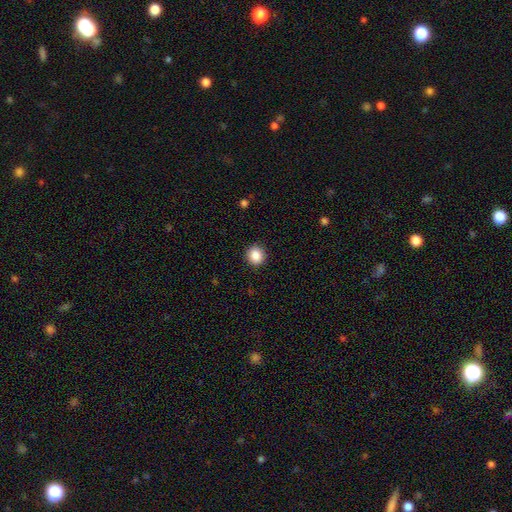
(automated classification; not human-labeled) Q: Smooth or featured?
A: smooth (87%); runner-up: star or artifact (9%)
Q: How rounded?
A: round (87%); runner-up: in between (12%)
Q: Merging?
A: none (91%); runner-up: minor disturbance (6%)